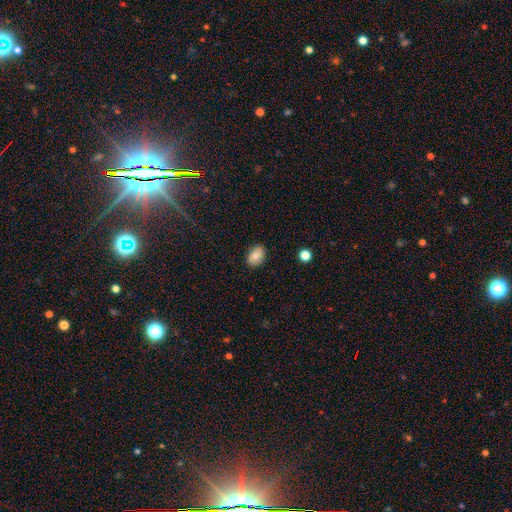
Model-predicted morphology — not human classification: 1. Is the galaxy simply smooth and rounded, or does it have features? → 80% smooth, 12% featured or disk, 8% star or artifact.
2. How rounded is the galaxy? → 85% in between, 14% round, 1% cigar-shaped.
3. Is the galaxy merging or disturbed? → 85% none, 11% minor disturbance, 2% major disturbance, 1% merger.